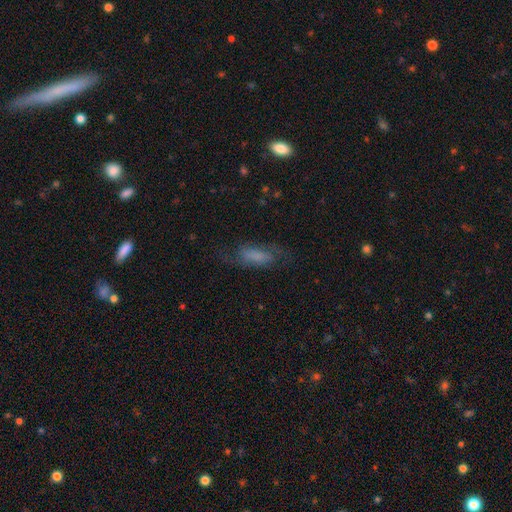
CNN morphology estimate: Overall: featured or disk (51%; smooth 38%). Edge-on disk: no (88%). Merging: none (63%).